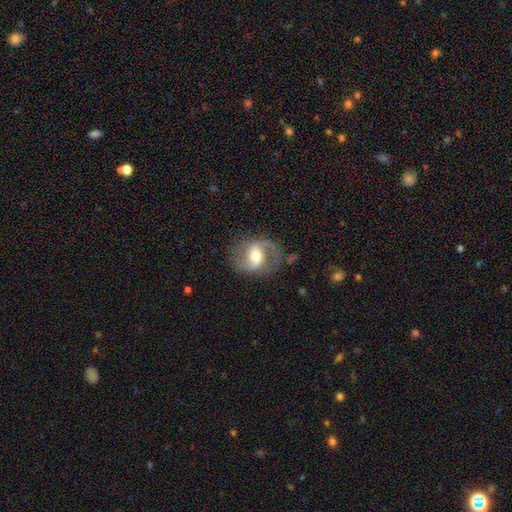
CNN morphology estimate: featured or disk 78%, smooth 16%, star or artifact 6%. Down the decision tree: edge-on disk — no (97%); bar — weak (45%); spiral arms — yes (88%); spiral arm count — 2 (85%); spiral winding — medium (51%); bulge size — moderate (69%); merging — none (71%).